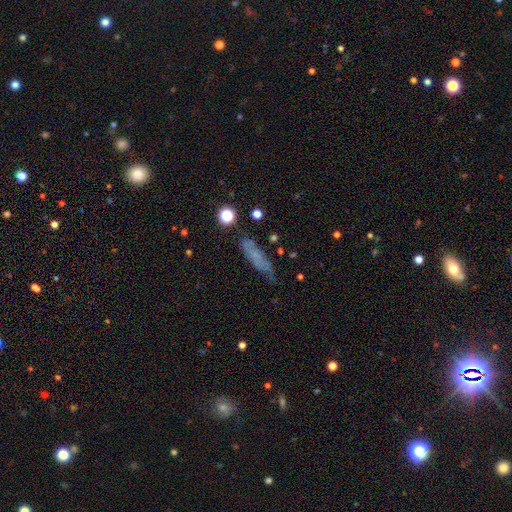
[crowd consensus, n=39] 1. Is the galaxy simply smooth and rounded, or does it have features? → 59% smooth, 31% featured or disk, 10% star or artifact.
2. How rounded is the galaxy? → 78% cigar-shaped, 22% in between, 0% round.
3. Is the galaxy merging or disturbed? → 43% none (tied), 43% minor disturbance (tied), 9% major disturbance, 6% merger.